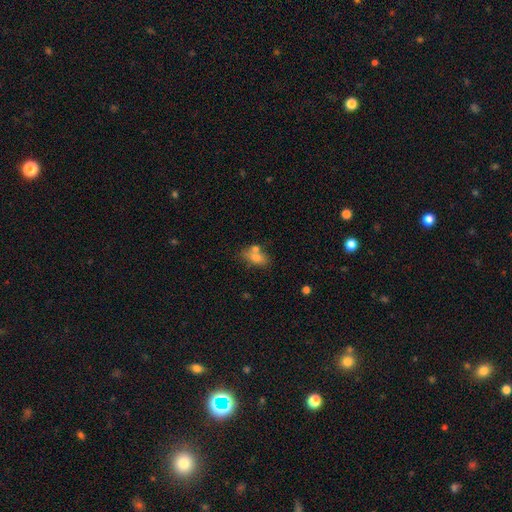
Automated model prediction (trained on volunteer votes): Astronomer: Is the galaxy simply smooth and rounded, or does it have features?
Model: smooth — 70%.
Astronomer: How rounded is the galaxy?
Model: in between — 80%.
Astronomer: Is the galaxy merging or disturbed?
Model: none — 44% (runner-up: merger, 33%).